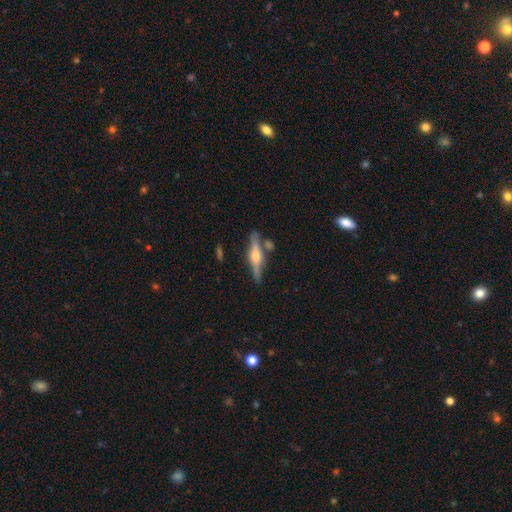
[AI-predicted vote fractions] Morphology: type=featured or disk (70%); edge-on=yes (96%); edge-on bulge=rounded (88%); merging=none (77%).